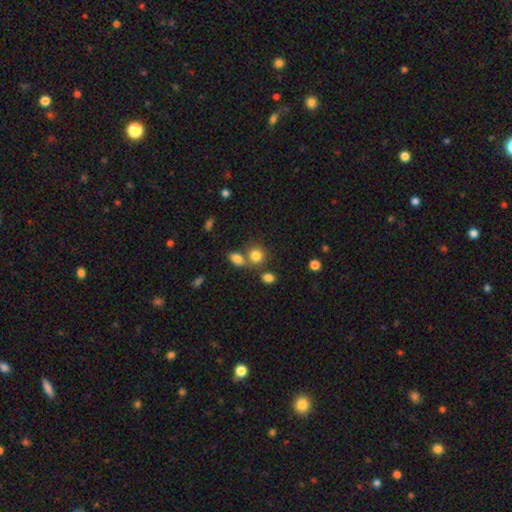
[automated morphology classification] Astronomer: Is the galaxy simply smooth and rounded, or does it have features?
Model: smooth — 81%.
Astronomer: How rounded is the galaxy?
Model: round — 71%.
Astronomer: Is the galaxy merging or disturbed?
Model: none — 55% (runner-up: merger, 30%).